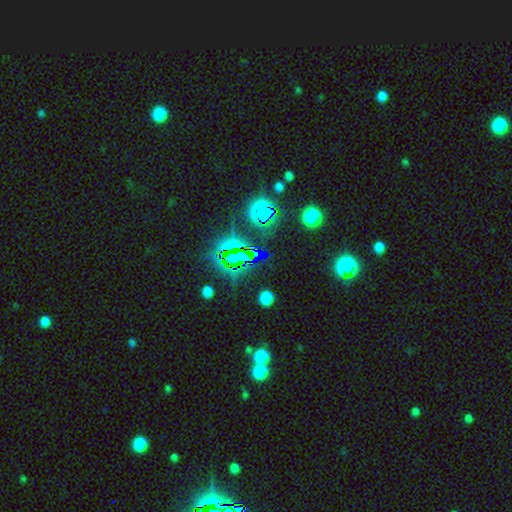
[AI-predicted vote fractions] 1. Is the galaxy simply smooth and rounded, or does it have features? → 77% star or artifact, 12% smooth, 11% featured or disk.